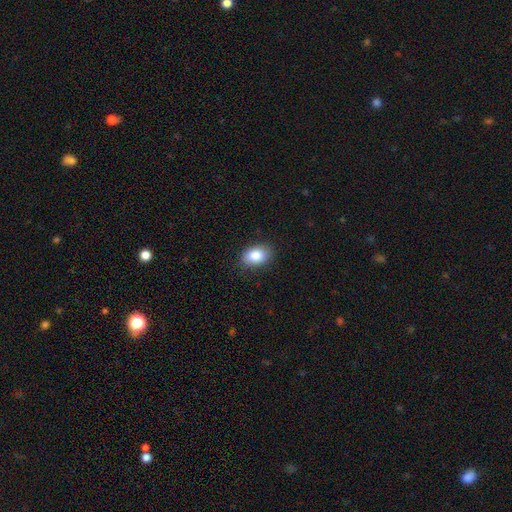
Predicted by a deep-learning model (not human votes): Smooth or featured: smooth — 86% (star or artifact — 8%)
How rounded: in between — 86% (round — 13%)
Merging: none — 85% (minor disturbance — 12%)